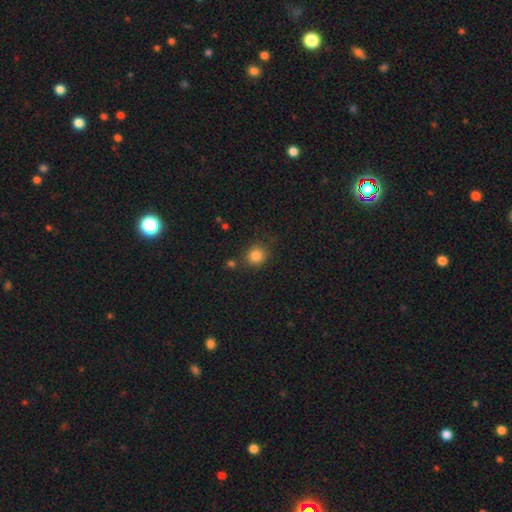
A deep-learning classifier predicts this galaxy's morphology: smooth 84%, star or artifact 11%, featured or disk 5%. Down the decision tree: how rounded — round (86%); merging — none (80%).